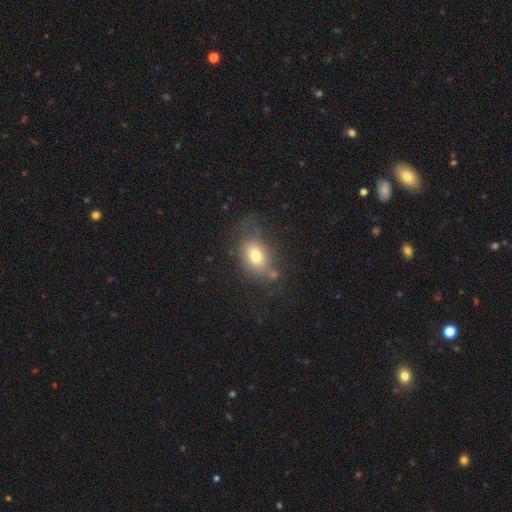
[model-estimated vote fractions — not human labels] smooth-or-featured: smooth: 73% | featured or disk: 16% | star or artifact: 11%
  how-rounded: in between: 73% | round: 26% | cigar-shaped: 2%
  merging: none: 55% | minor disturbance: 25% | major disturbance: 13% | merger: 6%